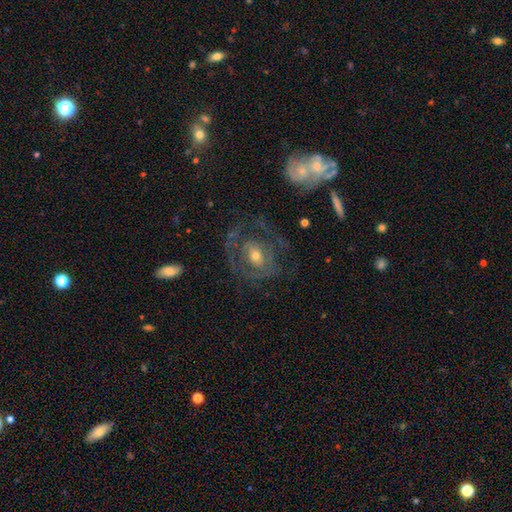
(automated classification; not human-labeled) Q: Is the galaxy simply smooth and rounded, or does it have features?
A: featured or disk — 73%.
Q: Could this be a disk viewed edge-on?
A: no — 96%.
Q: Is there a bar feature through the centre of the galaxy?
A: no — 59%.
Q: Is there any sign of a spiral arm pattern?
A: yes — 60%.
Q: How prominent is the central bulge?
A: moderate — 48%.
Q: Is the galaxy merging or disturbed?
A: none — 56%.